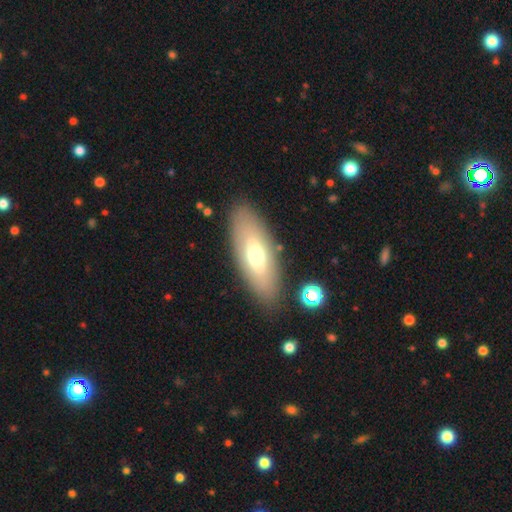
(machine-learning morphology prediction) Q: Smooth or featured?
A: smooth (56%); runner-up: featured or disk (37%)
Q: How rounded?
A: in between (75%); runner-up: cigar-shaped (22%)
Q: Merging?
A: none (83%); runner-up: minor disturbance (10%)